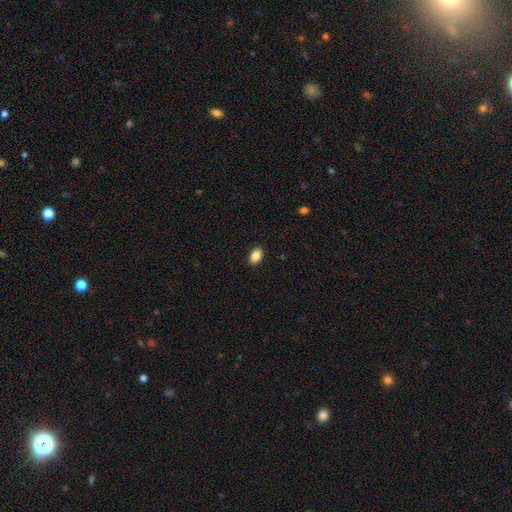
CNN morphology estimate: Q: Smooth or featured?
A: smooth (87%); runner-up: star or artifact (8%)
Q: How rounded?
A: in between (89%); runner-up: round (10%)
Q: Merging?
A: none (90%); runner-up: minor disturbance (7%)